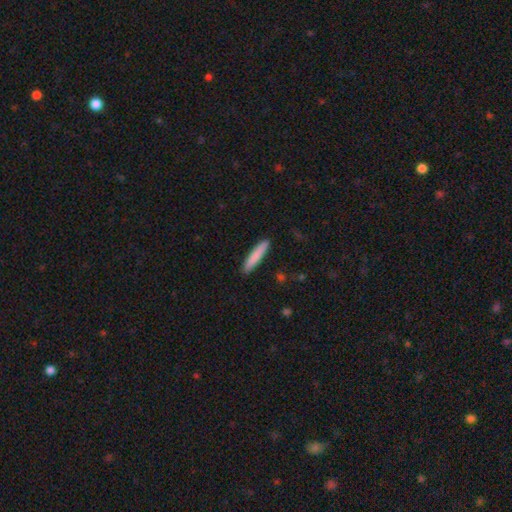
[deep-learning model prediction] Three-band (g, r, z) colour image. It shows a smooth galaxy with no disk features (83%) that is cigar-shaped (92%). Merging: none (90%).